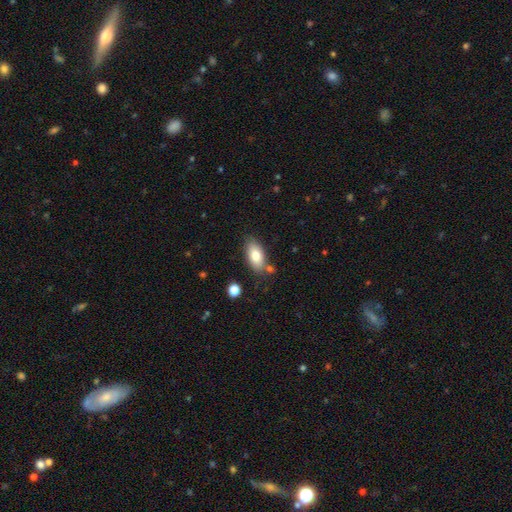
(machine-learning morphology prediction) Smooth or featured?
  - smooth: 79% *
  - featured or disk: 14%
  - star or artifact: 7%
How rounded?
  - in between: 91% *
  - cigar-shaped: 5%
  - round: 4%
Merging?
  - none: 75% *
  - minor disturbance: 15%
  - merger: 7%
  - major disturbance: 3%